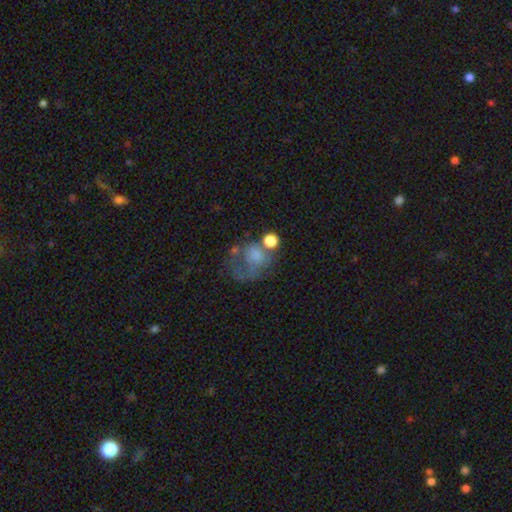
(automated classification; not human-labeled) This appears to be a smooth galaxy with no disk features (57%) that is round (60%). Merging: major disturbance (36%).